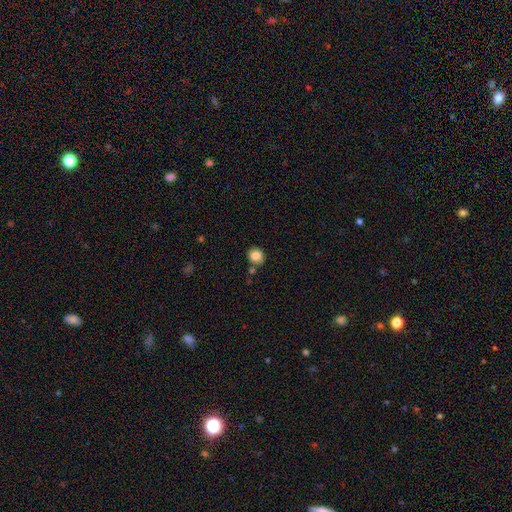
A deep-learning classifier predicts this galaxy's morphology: Q: Smooth or featured?
A: smooth (83%); runner-up: star or artifact (10%)
Q: How rounded?
A: round (75%); runner-up: in between (24%)
Q: Merging?
A: none (73%); runner-up: minor disturbance (14%)